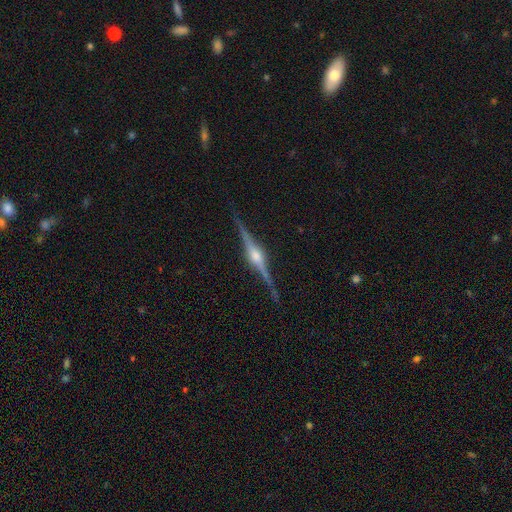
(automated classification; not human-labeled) Morphology: type=featured or disk (90%); edge-on=yes (98%); edge-on bulge=rounded (91%); merging=none (89%).